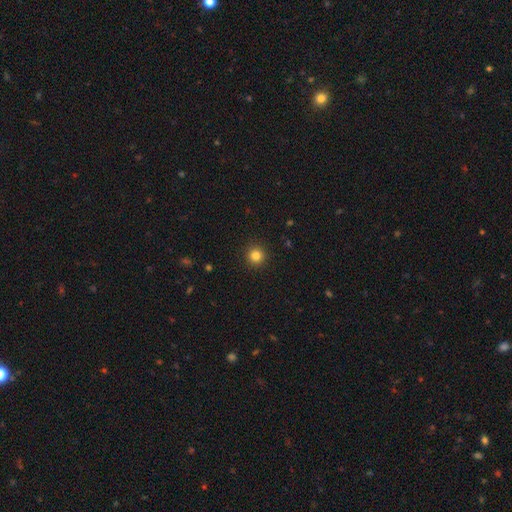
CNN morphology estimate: A smooth galaxy with no disk features (83%) that is round (95%). Merging: none (93%).